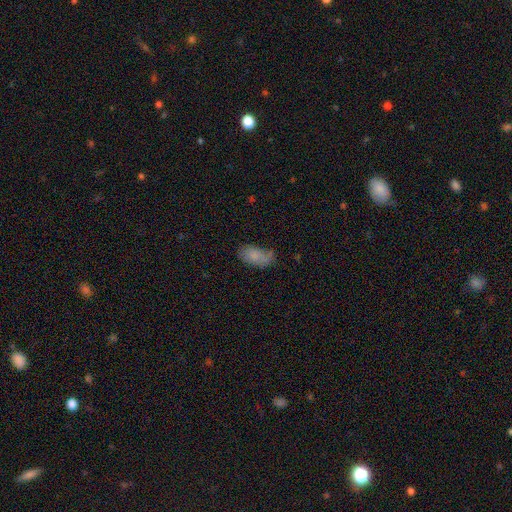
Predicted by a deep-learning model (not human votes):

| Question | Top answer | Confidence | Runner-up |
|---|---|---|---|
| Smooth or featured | smooth | 81% | featured or disk (11%) |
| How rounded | in between | 93% | round (4%) |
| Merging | none | 53% | minor disturbance (30%) |